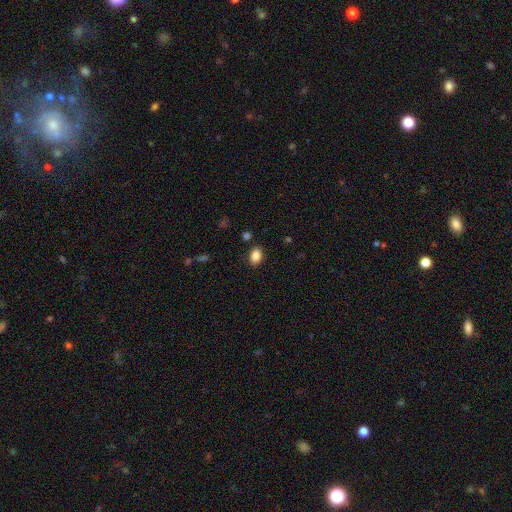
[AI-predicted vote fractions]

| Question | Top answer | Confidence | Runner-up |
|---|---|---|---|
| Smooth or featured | smooth | 87% | star or artifact (9%) |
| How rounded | in between | 78% | round (20%) |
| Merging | none | 86% | minor disturbance (9%) |